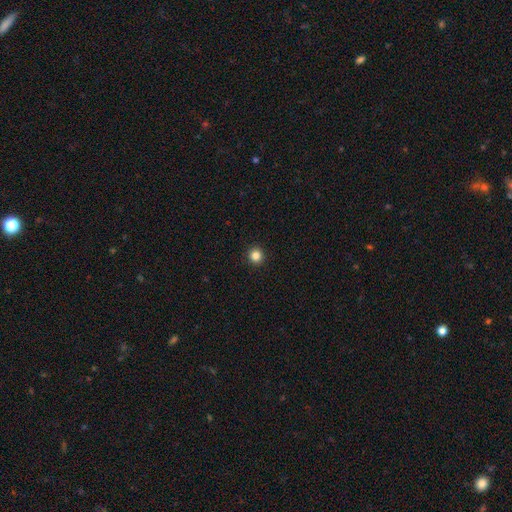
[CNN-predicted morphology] smooth-or-featured: smooth: 84% | star or artifact: 12% | featured or disk: 4%
  how-rounded: round: 95% | in between: 4% | cigar-shaped: 1%
  merging: none: 94% | minor disturbance: 4% | major disturbance: 1% | merger: 1%